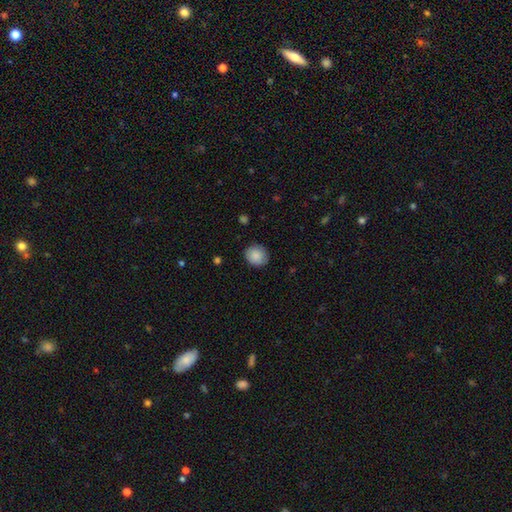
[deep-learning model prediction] The model was most divided on "how rounded": round: 74%, in between: 25%, cigar-shaped: 1%. More confident: smooth or featured — smooth (88%); merging — none (86%).